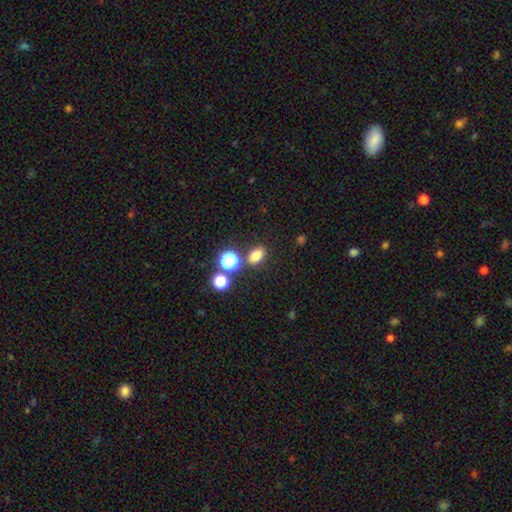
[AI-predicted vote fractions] Smooth or featured?
  - smooth: 77% *
  - star or artifact: 16%
  - featured or disk: 7%
How rounded?
  - in between: 72% *
  - round: 26%
  - cigar-shaped: 2%
Merging?
  - none: 78% *
  - minor disturbance: 10%
  - merger: 9%
  - major disturbance: 3%